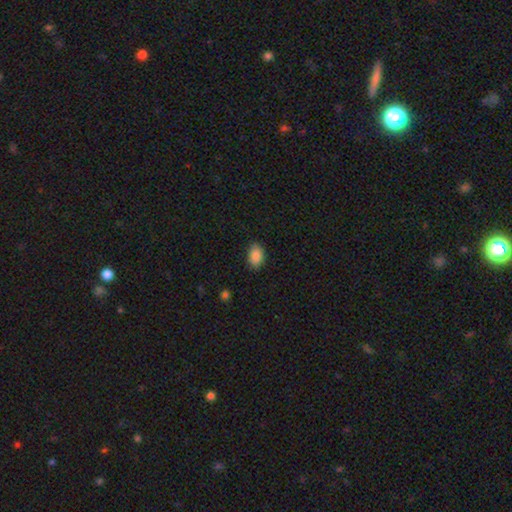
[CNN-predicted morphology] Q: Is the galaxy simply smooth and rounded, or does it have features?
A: smooth — 88%.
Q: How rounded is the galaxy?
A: in between — 85%.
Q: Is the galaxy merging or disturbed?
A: none — 83%.